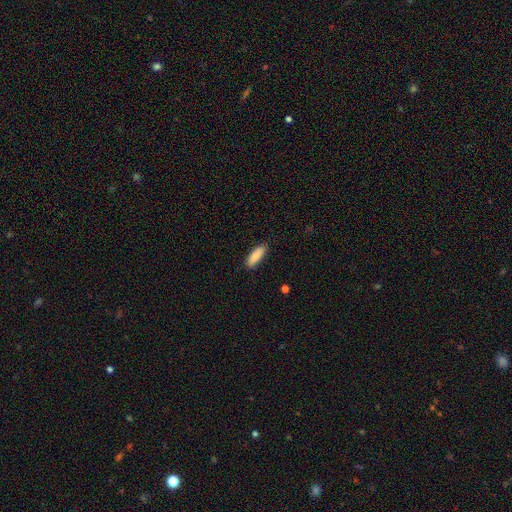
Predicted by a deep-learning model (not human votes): smooth-or-featured: smooth: 89% | star or artifact: 6% | featured or disk: 5%
  how-rounded: in between: 57% | cigar-shaped: 42% | round: 2%
  merging: none: 86% | minor disturbance: 10% | major disturbance: 2% | merger: 1%